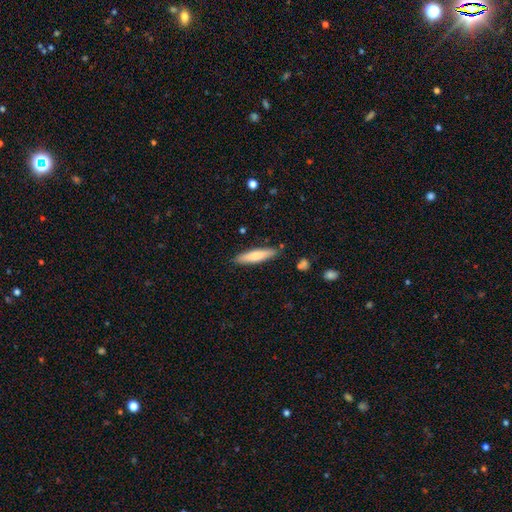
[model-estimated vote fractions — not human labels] Morphology: type=smooth (73%); roundness=cigar-shaped (81%); merging=none (87%).